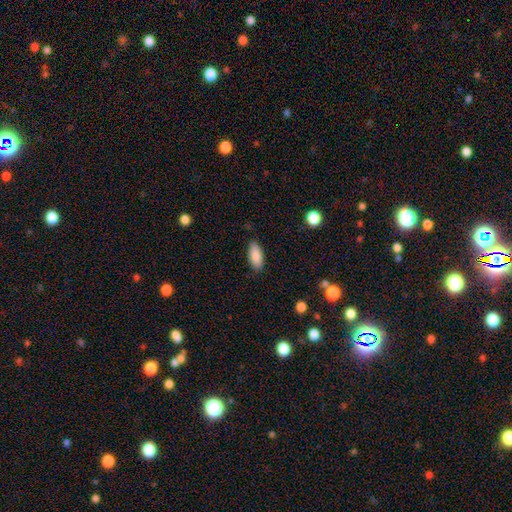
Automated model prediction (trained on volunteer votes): smooth-or-featured: smooth: 88% | star or artifact: 7% | featured or disk: 6%
  how-rounded: in between: 84% | cigar-shaped: 14% | round: 2%
  merging: none: 86% | minor disturbance: 10% | major disturbance: 2% | merger: 1%